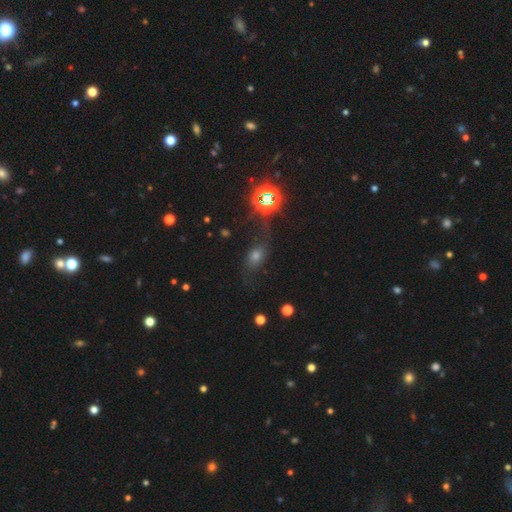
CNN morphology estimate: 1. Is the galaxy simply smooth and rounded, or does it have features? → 40% smooth, 31% star or artifact, 28% featured or disk.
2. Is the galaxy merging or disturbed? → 61% none, 20% minor disturbance, 16% major disturbance, 3% merger.